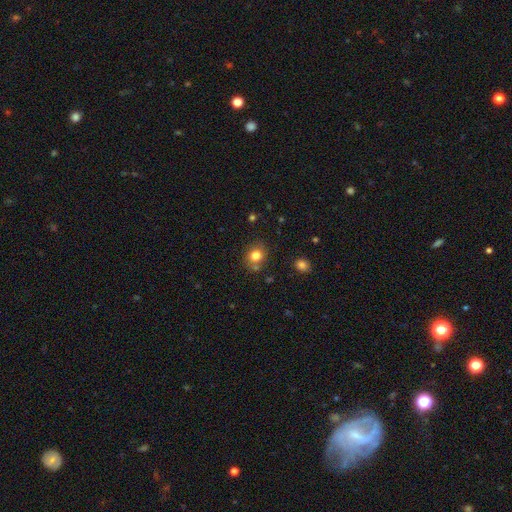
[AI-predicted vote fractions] This appears to be a smooth galaxy with no disk features (81%) that is round (76%). Merging: none (76%).